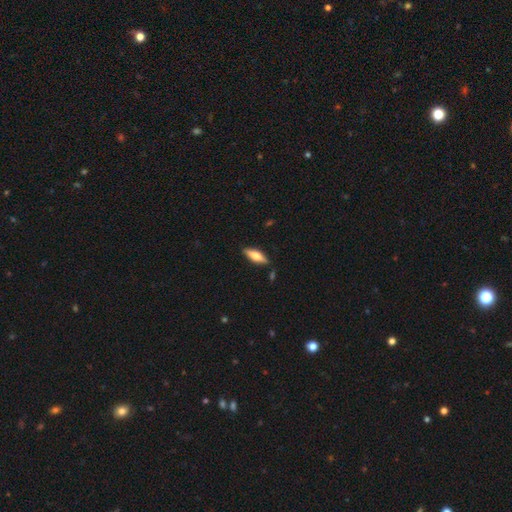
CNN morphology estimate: Smooth or featured?
  - smooth: 62% *
  - featured or disk: 32%
  - star or artifact: 6%
How rounded?
  - in between: 57% *
  - cigar-shaped: 41%
  - round: 2%
Merging?
  - none: 85% *
  - minor disturbance: 11%
  - merger: 2%
  - major disturbance: 2%